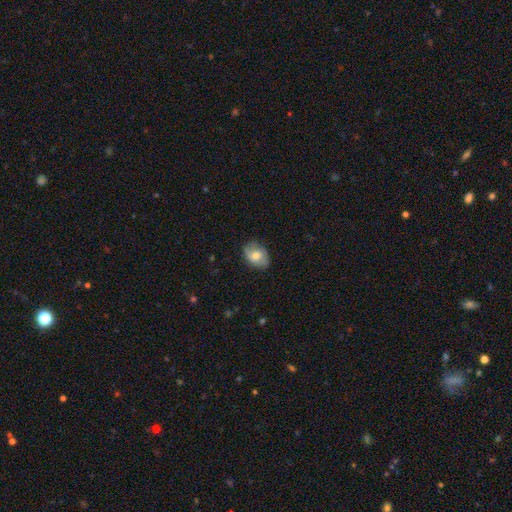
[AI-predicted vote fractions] This appears to be a smooth galaxy with no disk features (64%) that is in between round and cigar-shaped (67%). Merging: none (77%).